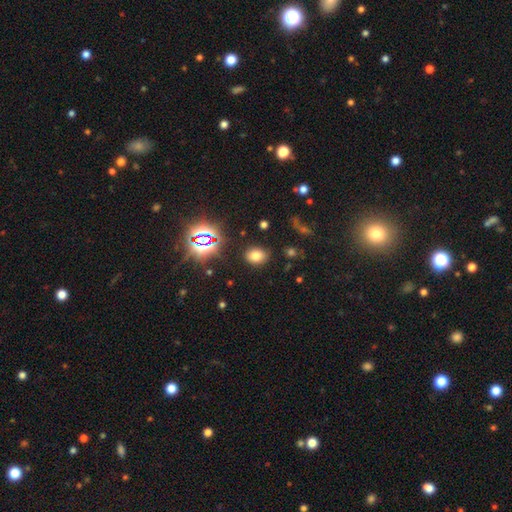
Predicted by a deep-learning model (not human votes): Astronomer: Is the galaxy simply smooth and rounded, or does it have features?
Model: smooth — 71%.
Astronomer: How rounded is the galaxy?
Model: in between — 59% (runner-up: round, 40%).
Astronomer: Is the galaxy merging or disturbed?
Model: none — 86%.